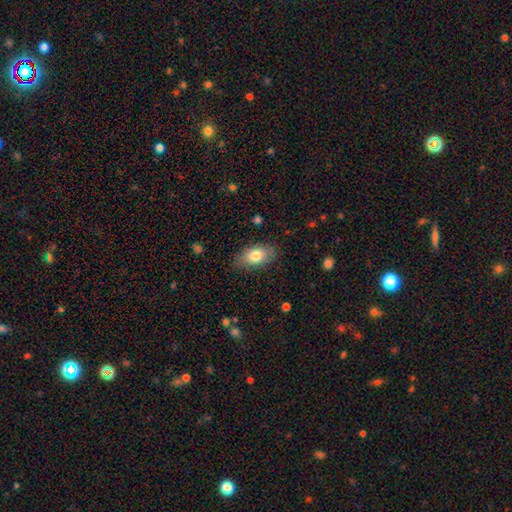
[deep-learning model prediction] smooth 78%, featured or disk 15%, star or artifact 7%. Down the decision tree: how rounded — in between (89%); merging — none (82%).